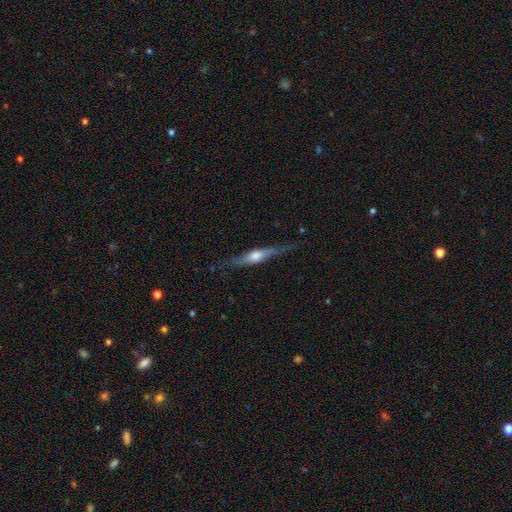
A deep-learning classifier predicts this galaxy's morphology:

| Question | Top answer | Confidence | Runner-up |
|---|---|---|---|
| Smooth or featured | featured or disk | 66% | smooth (29%) |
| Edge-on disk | yes | 95% | no (5%) |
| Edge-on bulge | rounded | 87% | boxy (8%) |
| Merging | none | 75% | minor disturbance (19%) |